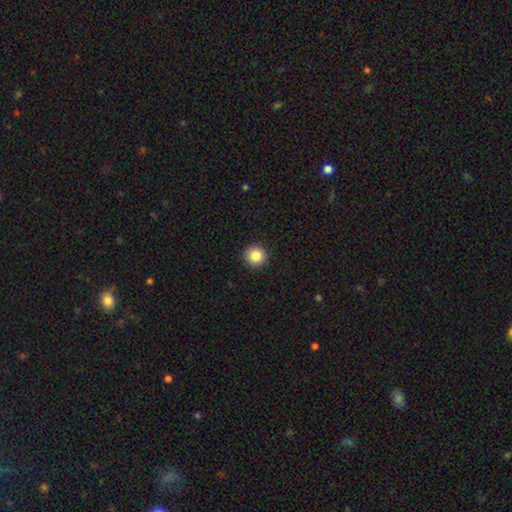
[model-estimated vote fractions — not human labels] Morphology: type=smooth (85%); roundness=round (95%); merging=none (93%).